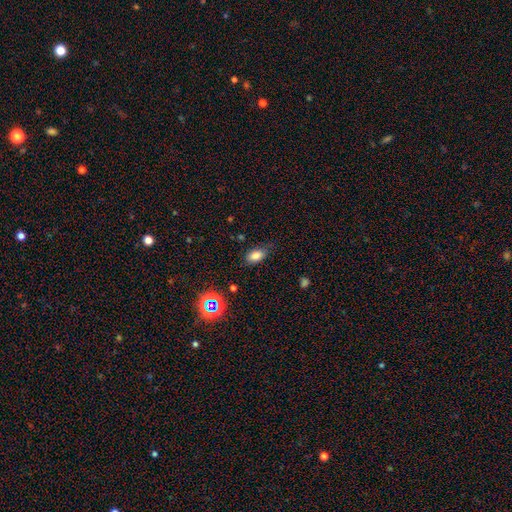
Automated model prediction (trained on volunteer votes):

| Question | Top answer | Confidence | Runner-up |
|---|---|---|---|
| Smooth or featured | smooth | 78% | star or artifact (14%) |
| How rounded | in between | 87% | round (11%) |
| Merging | none | 71% | minor disturbance (21%) |